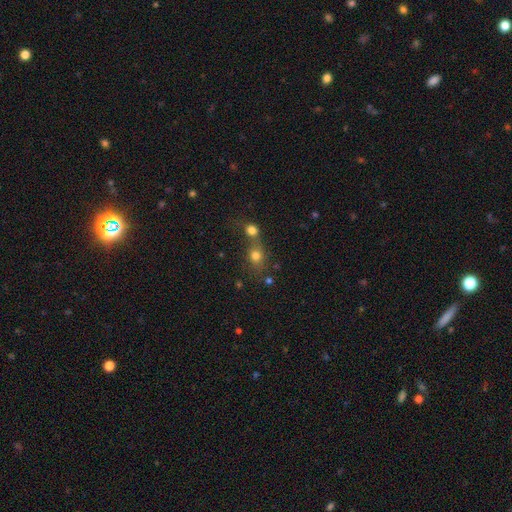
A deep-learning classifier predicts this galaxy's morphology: smooth 75%, star or artifact 15%, featured or disk 10%. Down the decision tree: how rounded — round (68%); merging — merger (50%).